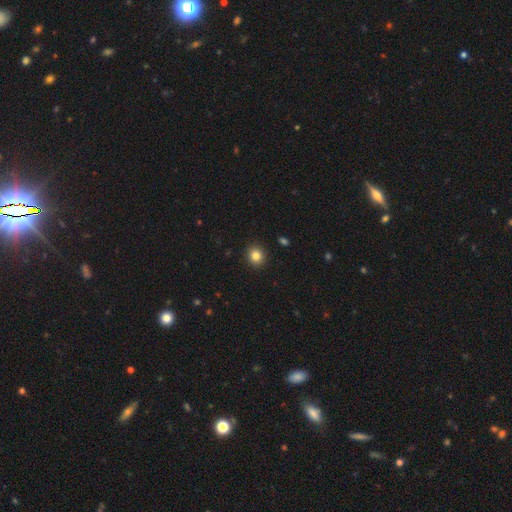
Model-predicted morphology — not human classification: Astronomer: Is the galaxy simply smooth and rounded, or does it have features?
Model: smooth — 84%.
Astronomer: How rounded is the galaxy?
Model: round — 84%.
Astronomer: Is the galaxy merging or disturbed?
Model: none — 92%.